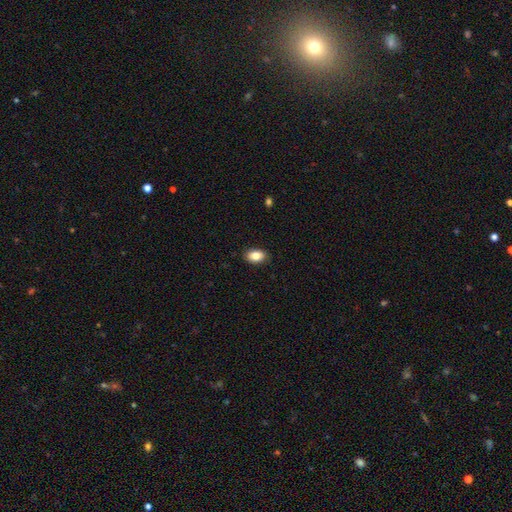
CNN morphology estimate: Smooth or featured? Predicted: smooth (p=0.85). How rounded? Predicted: in between (p=0.87). Merging? Predicted: none (p=0.89).